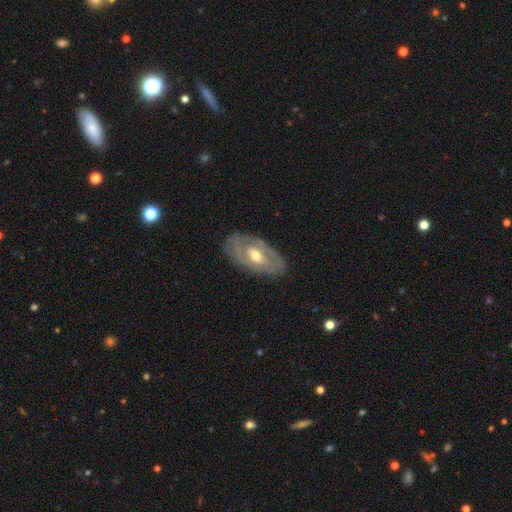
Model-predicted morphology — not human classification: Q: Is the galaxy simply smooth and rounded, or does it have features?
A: featured or disk — 67%.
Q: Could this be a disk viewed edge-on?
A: no — 89%.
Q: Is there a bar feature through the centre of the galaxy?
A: no — 54%.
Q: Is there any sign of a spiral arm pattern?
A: no — 52%.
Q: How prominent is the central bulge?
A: moderate — 68%.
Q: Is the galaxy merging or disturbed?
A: none — 79%.